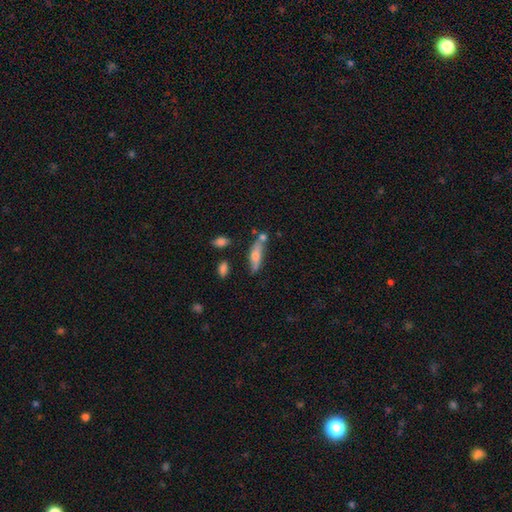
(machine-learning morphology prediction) Smooth or featured? smooth (61%)
How rounded? cigar-shaped (53%)
Merging? none (55%)